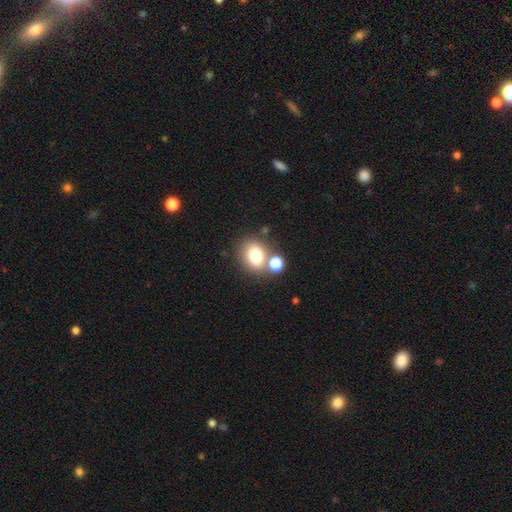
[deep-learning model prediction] A smooth galaxy with no disk features (77%) that is round (54%). Merging: none (58%).